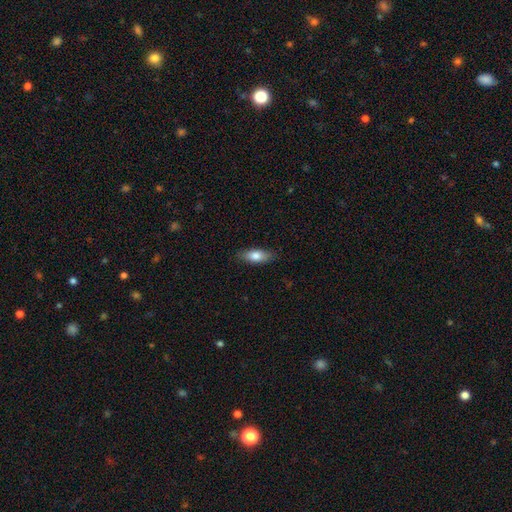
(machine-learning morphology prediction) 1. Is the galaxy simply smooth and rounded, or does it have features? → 78% smooth, 16% featured or disk, 6% star or artifact.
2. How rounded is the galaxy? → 77% in between, 20% cigar-shaped, 3% round.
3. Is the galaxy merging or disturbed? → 85% none, 12% minor disturbance, 2% major disturbance, 1% merger.